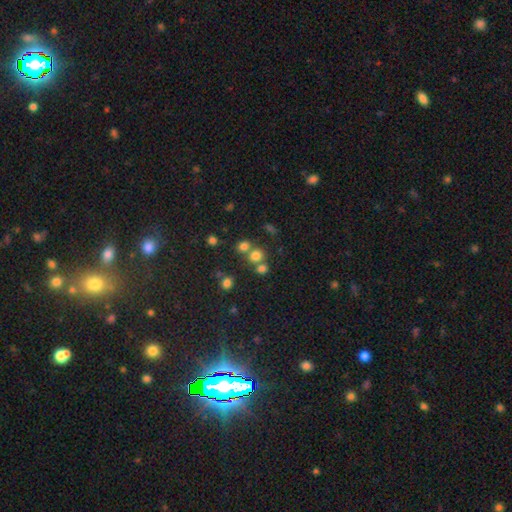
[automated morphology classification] smooth-or-featured: smooth: 71% | star or artifact: 20% | featured or disk: 9%
  how-rounded: round: 82% | in between: 17% | cigar-shaped: 1%
  merging: none: 59% | merger: 30% | minor disturbance: 8% | major disturbance: 4%